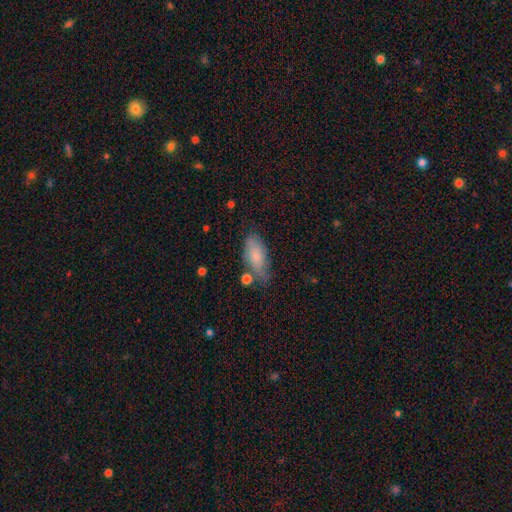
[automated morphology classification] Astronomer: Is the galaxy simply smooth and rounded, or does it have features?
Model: smooth — 77%.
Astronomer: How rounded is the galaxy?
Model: in between — 84%.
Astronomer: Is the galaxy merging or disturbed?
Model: none — 57%.